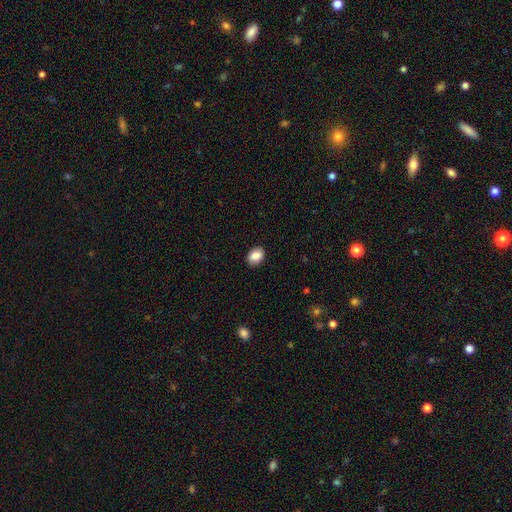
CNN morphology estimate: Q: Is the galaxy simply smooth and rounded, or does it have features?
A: smooth — 87%.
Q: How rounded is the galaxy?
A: in between — 70%.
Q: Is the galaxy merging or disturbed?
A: none — 90%.